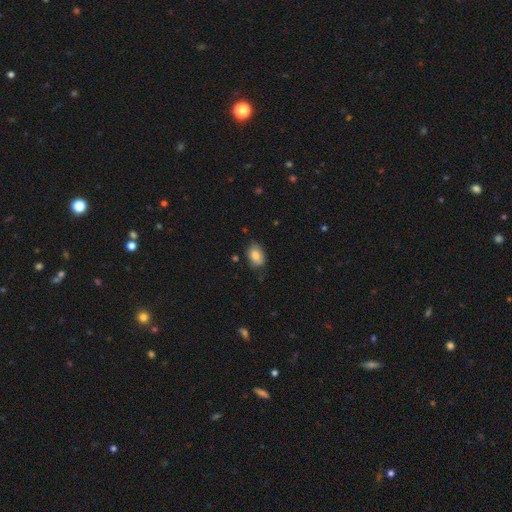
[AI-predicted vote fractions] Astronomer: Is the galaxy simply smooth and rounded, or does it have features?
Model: smooth — 80%.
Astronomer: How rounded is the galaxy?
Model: in between — 84%.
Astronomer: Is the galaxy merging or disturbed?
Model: none — 71%.